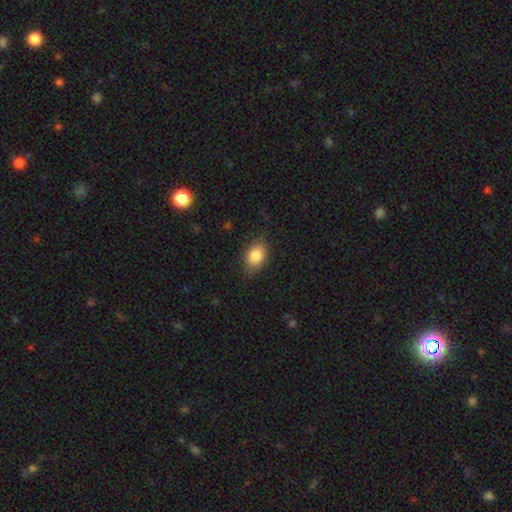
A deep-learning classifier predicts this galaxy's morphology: Q: Smooth or featured?
A: smooth (85%); runner-up: star or artifact (8%)
Q: How rounded?
A: in between (82%); runner-up: round (16%)
Q: Merging?
A: none (79%); runner-up: minor disturbance (16%)